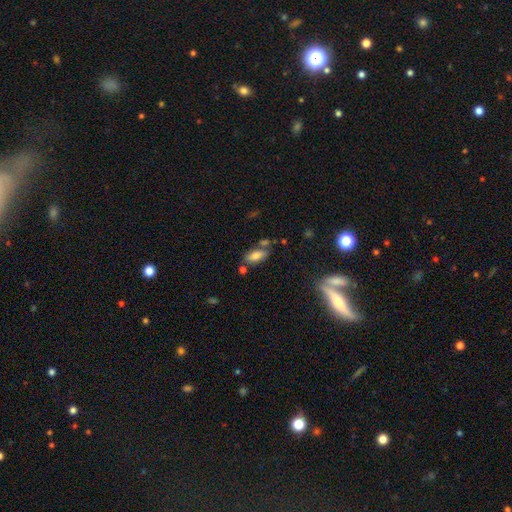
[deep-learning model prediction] smooth-or-featured: smooth: 75% | featured or disk: 16% | star or artifact: 9%
  how-rounded: in between: 83% | cigar-shaped: 14% | round: 3%
  merging: none: 65% | minor disturbance: 16% | merger: 14% | major disturbance: 5%